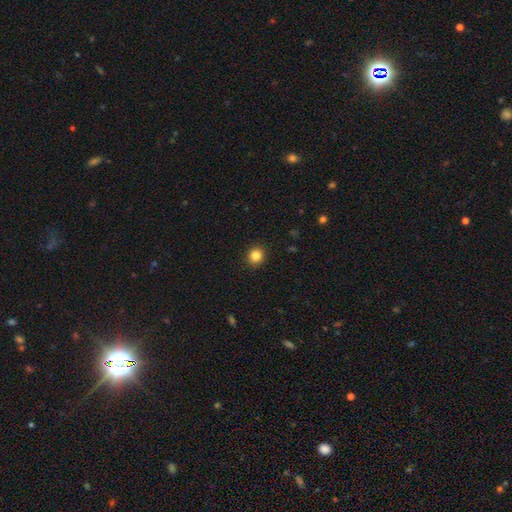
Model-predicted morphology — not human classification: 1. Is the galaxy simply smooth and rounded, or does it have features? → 84% smooth, 11% star or artifact, 5% featured or disk.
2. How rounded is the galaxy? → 89% round, 10% in between, 1% cigar-shaped.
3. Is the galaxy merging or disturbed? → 92% none, 5% minor disturbance, 2% major disturbance, 1% merger.